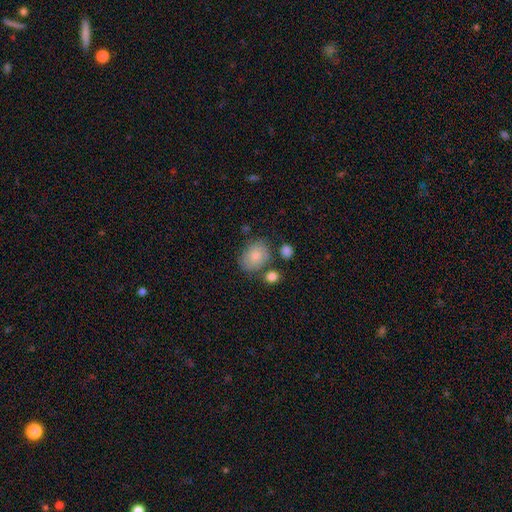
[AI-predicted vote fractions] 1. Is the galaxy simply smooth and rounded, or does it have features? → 80% smooth, 12% featured or disk, 7% star or artifact.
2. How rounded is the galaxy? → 61% in between, 38% round, 1% cigar-shaped.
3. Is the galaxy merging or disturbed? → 66% none, 19% minor disturbance, 10% merger, 6% major disturbance.